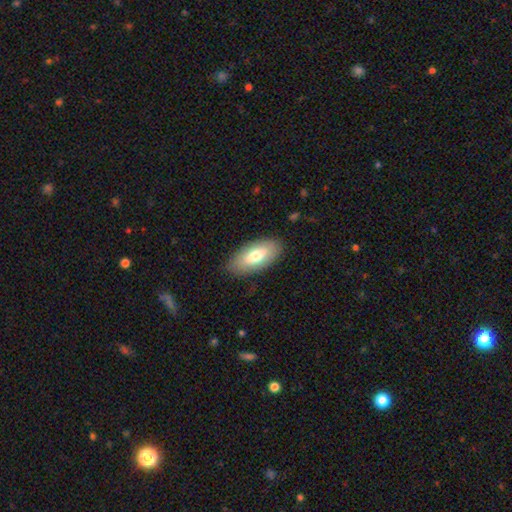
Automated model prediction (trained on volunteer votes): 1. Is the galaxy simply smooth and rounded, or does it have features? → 69% smooth, 25% featured or disk, 6% star or artifact.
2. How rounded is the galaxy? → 89% in between, 8% cigar-shaped, 3% round.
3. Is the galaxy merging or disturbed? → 86% none, 10% minor disturbance, 3% major disturbance, 1% merger.